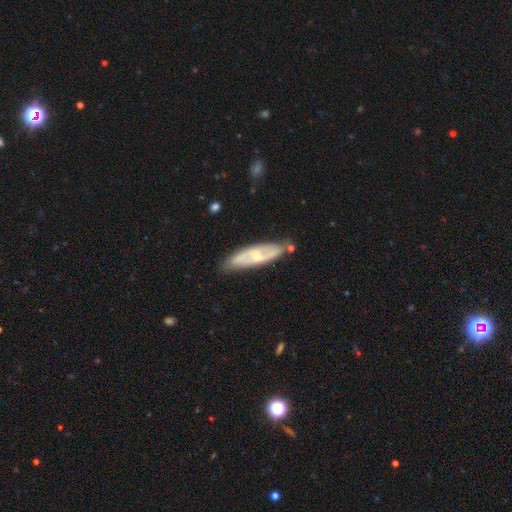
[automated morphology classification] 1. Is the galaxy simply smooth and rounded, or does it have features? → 64% featured or disk, 30% smooth, 6% star or artifact.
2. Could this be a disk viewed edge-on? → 73% no, 27% yes.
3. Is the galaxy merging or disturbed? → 78% none, 15% minor disturbance, 3% merger, 3% major disturbance.